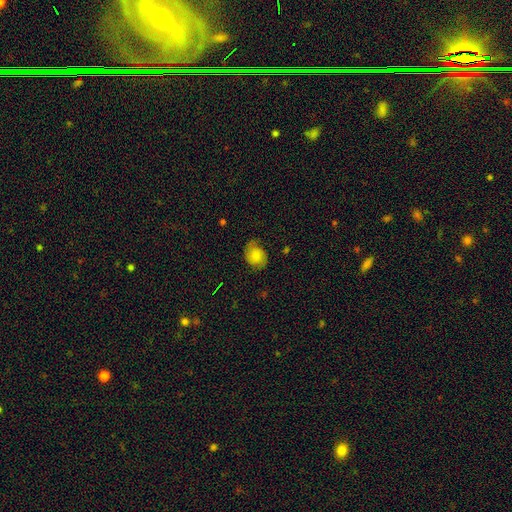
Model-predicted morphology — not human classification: Smooth or featured? featured or disk (47%)
Merging? none (69%)